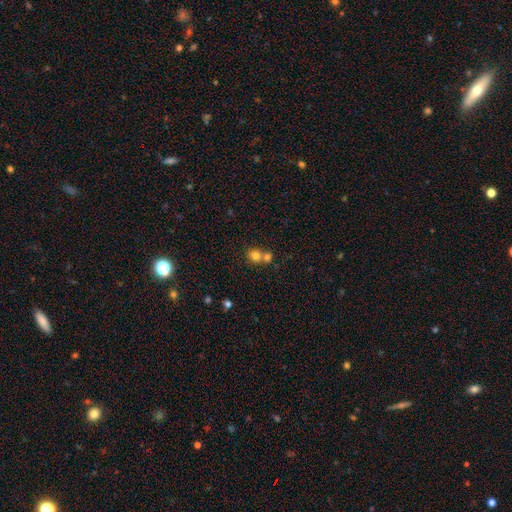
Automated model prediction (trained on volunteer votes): Morphology: type=smooth (78%); roundness=round (79%); merging=merger (52%).